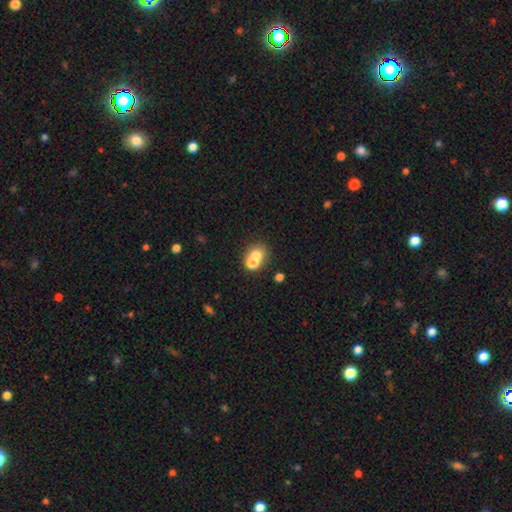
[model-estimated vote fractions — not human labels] Smooth or featured? Predicted: smooth (p=0.68). How rounded? Predicted: round (p=0.64). Merging? Predicted: merger (p=0.57).